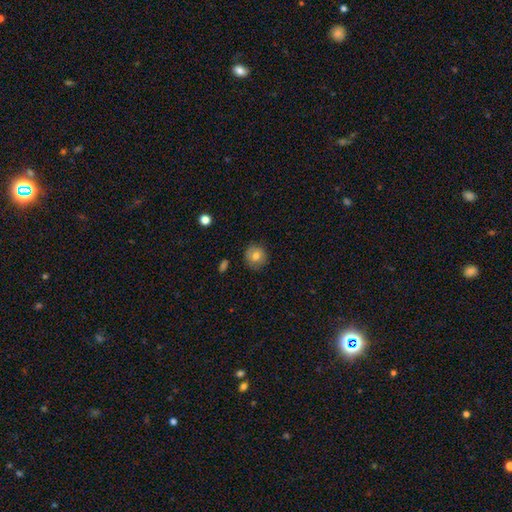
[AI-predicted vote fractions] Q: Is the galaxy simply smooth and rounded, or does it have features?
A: smooth — 78%.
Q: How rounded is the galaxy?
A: round — 91%.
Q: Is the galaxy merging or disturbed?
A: none — 87%.